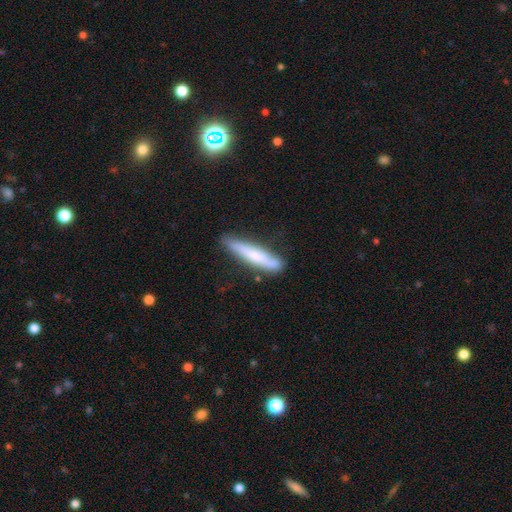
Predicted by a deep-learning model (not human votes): smooth-or-featured: smooth: 62% | featured or disk: 32% | star or artifact: 6%
  how-rounded: cigar-shaped: 91% | in between: 8% | round: 1%
  merging: none: 72% | minor disturbance: 20% | major disturbance: 4% | merger: 3%